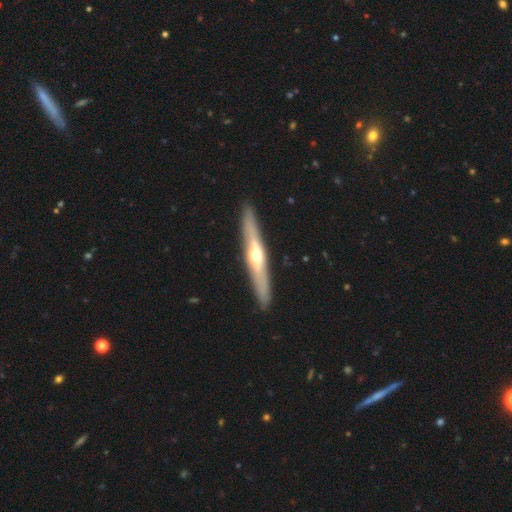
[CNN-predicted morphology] A featured or disk galaxy (69%) viewed edge-on (91%) with a rounded central bulge (89%). Merging: none (91%).